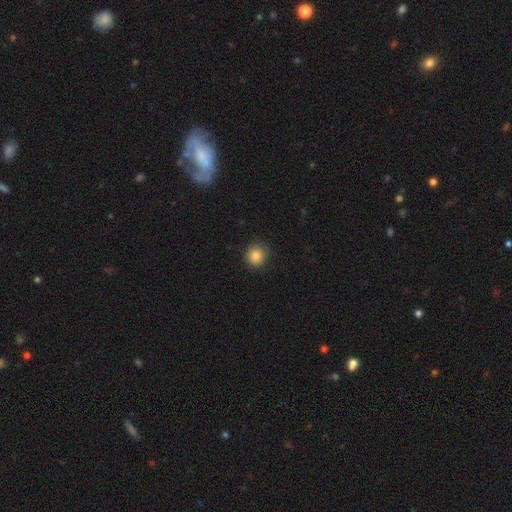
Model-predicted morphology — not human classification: Smooth or featured? smooth (84%)
How rounded? round (90%)
Merging? none (86%)